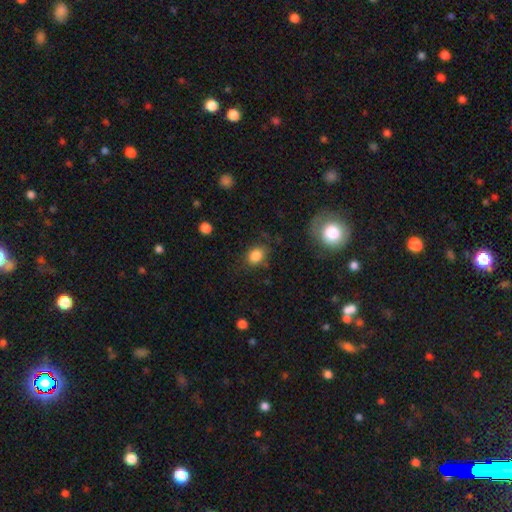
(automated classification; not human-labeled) smooth 84%, star or artifact 10%, featured or disk 6%. Down the decision tree: how rounded — in between (54%); merging — none (75%).